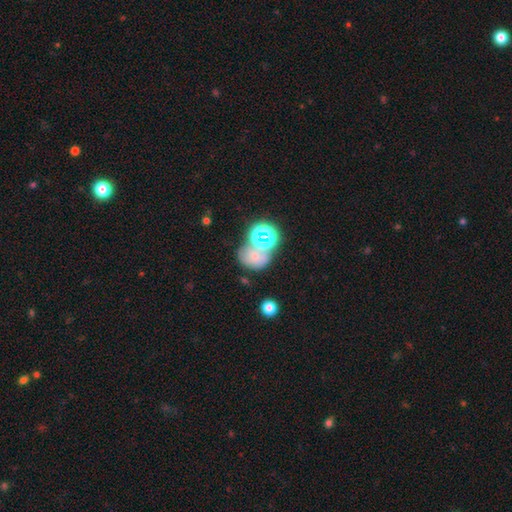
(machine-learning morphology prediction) A smooth galaxy with no disk features (54%) that is round (57%).

Vote fractions:
- Smooth or featured? smooth: 54% / star or artifact: 29% / featured or disk: 17%
- How rounded? round: 57% / in between: 42% / cigar-shaped: 1%
- Merging? none: 41% / merger: 33% / minor disturbance: 15% / major disturbance: 11%